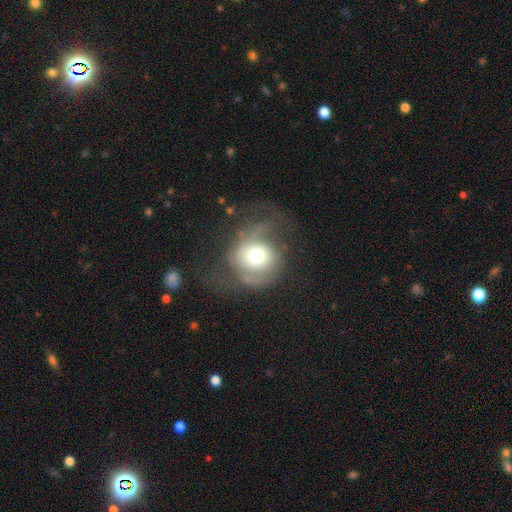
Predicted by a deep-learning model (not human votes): Smooth or featured? smooth (46%)
Merging? none (40%)